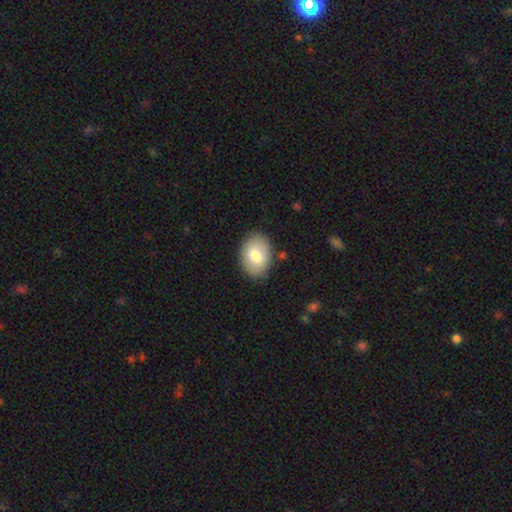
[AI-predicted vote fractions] This is likely a smooth galaxy (77%). How rounded: likely in between (78%). Merging: clearly none (85%).